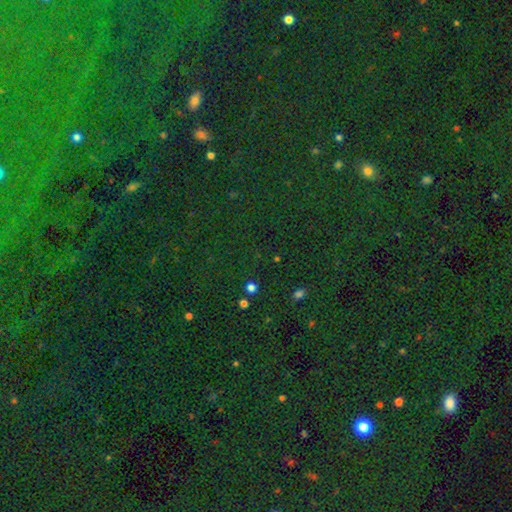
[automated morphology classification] This appears to be a star or artifact, not a galaxy (76%).